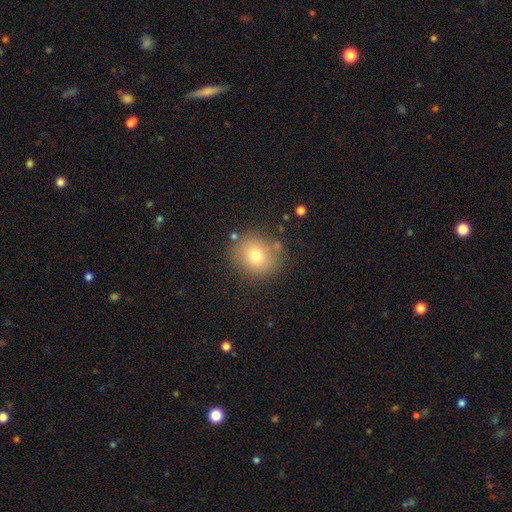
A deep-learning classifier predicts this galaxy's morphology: Smooth or featured? Predicted: smooth (p=0.73). How rounded? Predicted: round (p=0.83). Merging? Predicted: none (p=0.79).